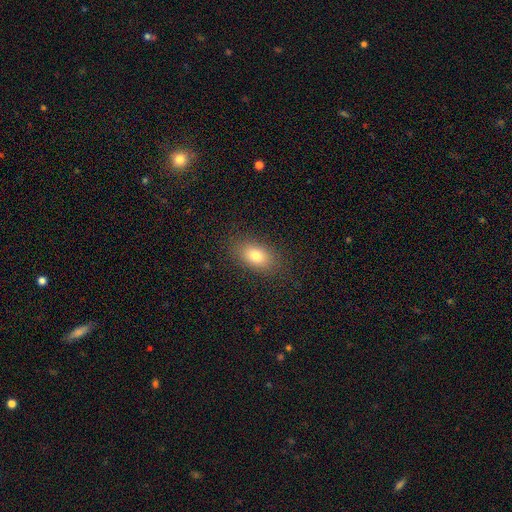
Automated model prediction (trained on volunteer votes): Smooth or featured?
  - smooth: 78% *
  - featured or disk: 11%
  - star or artifact: 10%
How rounded?
  - in between: 85% *
  - round: 13%
  - cigar-shaped: 2%
Merging?
  - none: 85% *
  - minor disturbance: 11%
  - major disturbance: 4%
  - merger: 1%